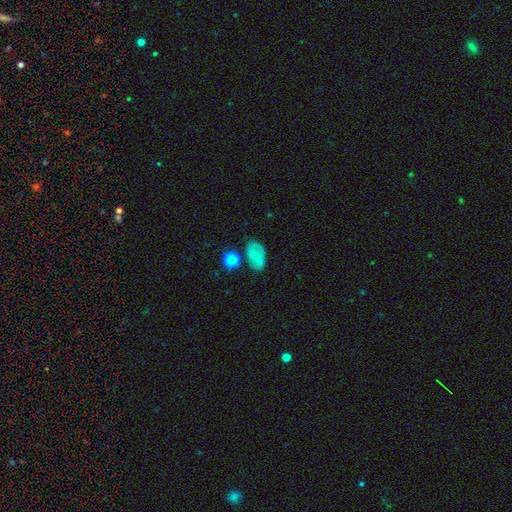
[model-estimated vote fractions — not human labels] This appears to be a smooth galaxy with no disk features (68%) that is in between round and cigar-shaped (86%). Merging: none (62%).